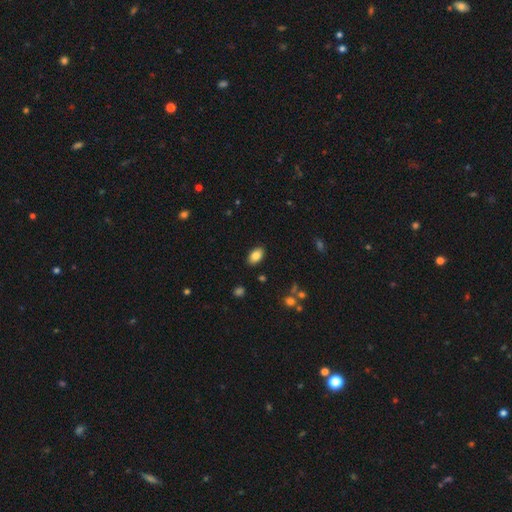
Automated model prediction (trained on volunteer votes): This is clearly a smooth galaxy (84%). How rounded: clearly in between (92%). Merging: clearly none (87%).